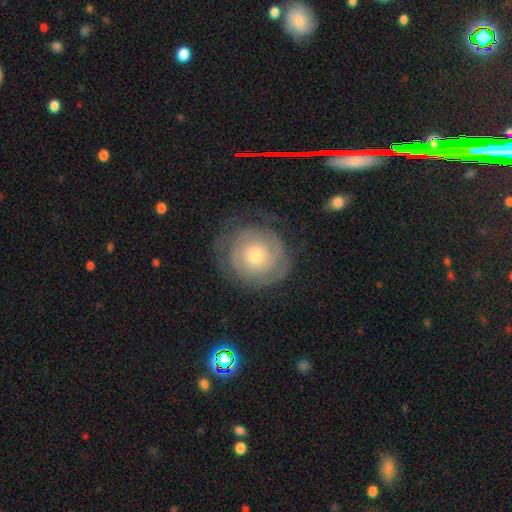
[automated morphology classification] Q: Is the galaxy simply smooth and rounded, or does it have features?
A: featured or disk — 66%.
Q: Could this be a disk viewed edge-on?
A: no — 97%.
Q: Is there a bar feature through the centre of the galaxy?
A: no — 84%.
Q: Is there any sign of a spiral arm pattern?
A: yes — 79%.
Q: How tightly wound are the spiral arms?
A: tight — 78%.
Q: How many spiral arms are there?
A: can't tell — 49%.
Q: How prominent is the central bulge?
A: small — 55%.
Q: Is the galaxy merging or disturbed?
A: none — 72%.